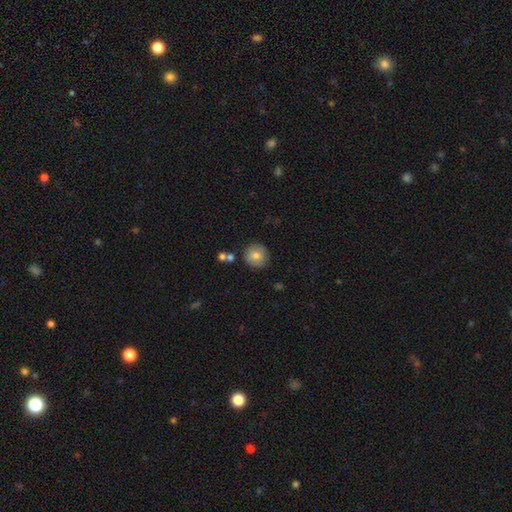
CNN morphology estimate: type=smooth (80%); roundness=round (91%); merging=none (83%).